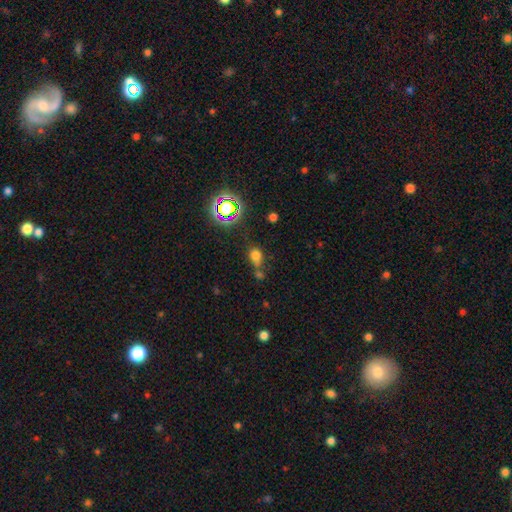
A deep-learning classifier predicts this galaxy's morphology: type=smooth (67%); roundness=round (52%); merging=none (53%).